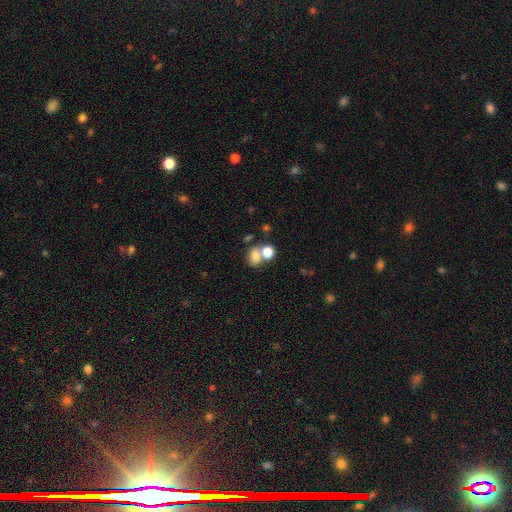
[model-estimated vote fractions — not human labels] This is likely a smooth galaxy (73%). How rounded: possibly round (52%). Merging: possibly merger (49%).